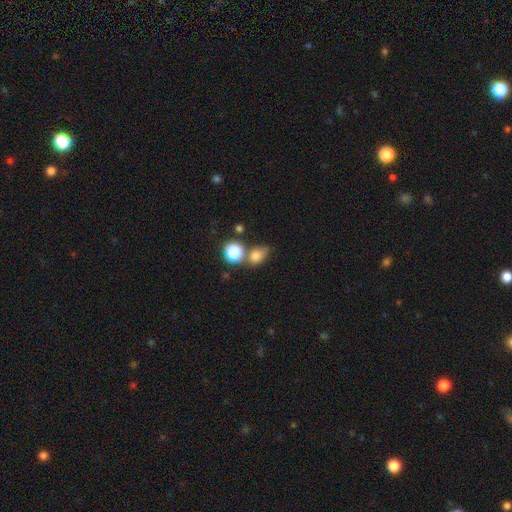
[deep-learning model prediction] The model was most divided on "how rounded": in between: 60%, round: 39%, cigar-shaped: 2%. Remaining: smooth or featured — smooth (76%); merging — none (50%).